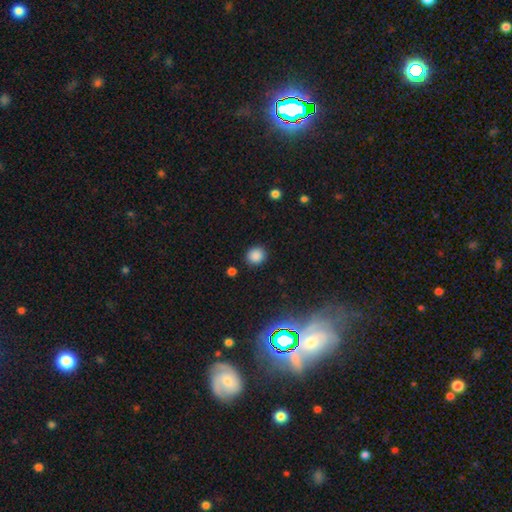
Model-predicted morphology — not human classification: smooth_or_featured: smooth (p=0.85) [alt: star or artifact p=0.12]
how_rounded: round (p=0.85) [alt: in between p=0.14]
merging: none (p=0.87) [alt: minor disturbance p=0.08]